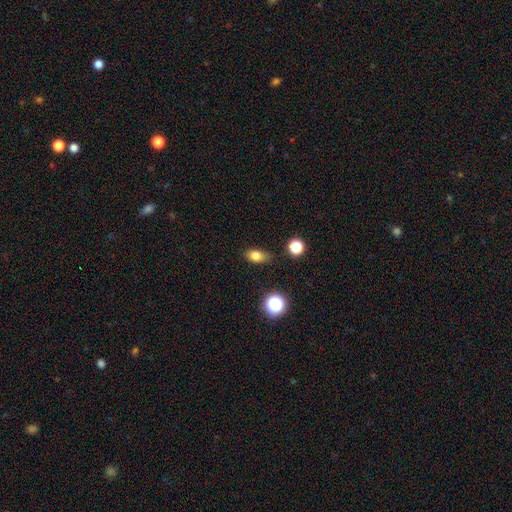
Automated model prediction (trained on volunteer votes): This appears to be a smooth galaxy with no disk features (80%) that is in between round and cigar-shaped (76%). Merging: none (76%).